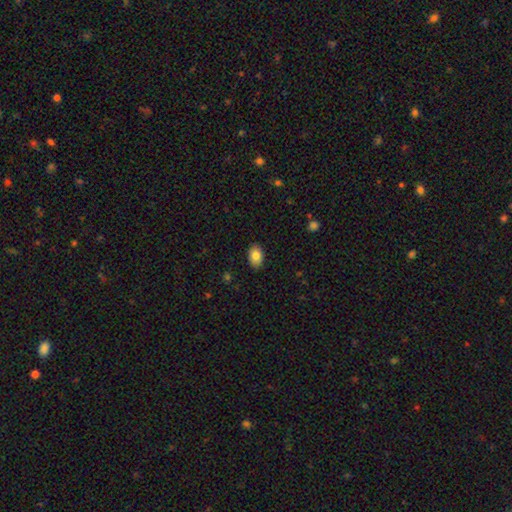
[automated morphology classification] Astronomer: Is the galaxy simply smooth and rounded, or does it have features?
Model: smooth — 85%.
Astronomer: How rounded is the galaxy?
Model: in between — 85%.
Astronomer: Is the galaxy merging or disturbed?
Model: none — 88%.